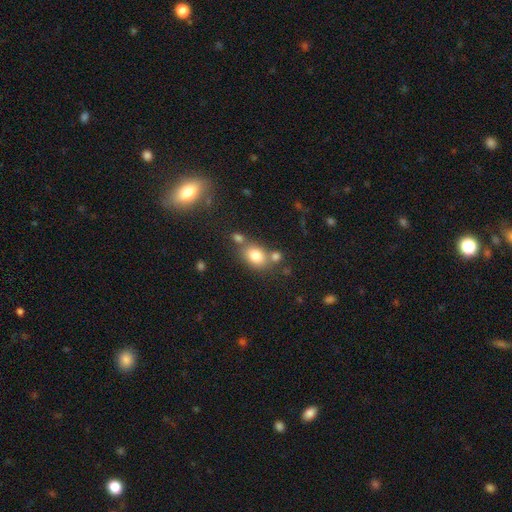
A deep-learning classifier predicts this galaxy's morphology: A smooth galaxy with no disk features (80%) that is in between round and cigar-shaped (67%).

Vote fractions:
- Smooth or featured? smooth: 80% / star or artifact: 10% / featured or disk: 10%
- How rounded? in between: 67% / round: 32% / cigar-shaped: 1%
- Merging? none: 56% / merger: 25% / minor disturbance: 14% / major disturbance: 5%